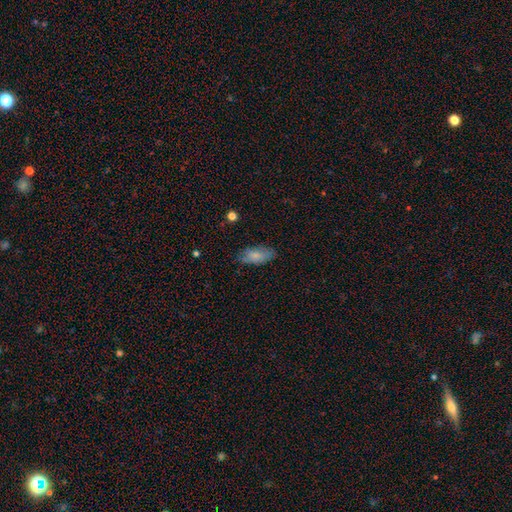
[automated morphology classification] Smooth or featured?
  - smooth: 79% *
  - featured or disk: 13%
  - star or artifact: 7%
How rounded?
  - in between: 88% *
  - cigar-shaped: 10%
  - round: 2%
Merging?
  - none: 75% *
  - minor disturbance: 19%
  - major disturbance: 5%
  - merger: 1%